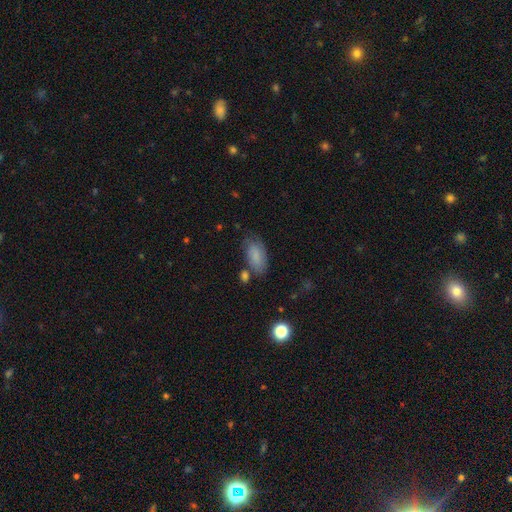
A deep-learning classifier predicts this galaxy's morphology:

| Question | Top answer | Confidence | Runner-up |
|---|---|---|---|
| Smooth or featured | smooth | 80% | featured or disk (12%) |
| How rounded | in between | 91% | cigar-shaped (6%) |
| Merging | none | 65% | minor disturbance (21%) |